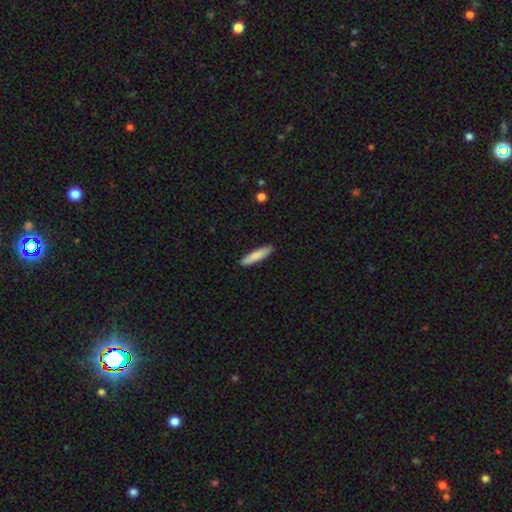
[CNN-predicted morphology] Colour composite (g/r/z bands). It shows a smooth galaxy with no disk features (84%) that is cigar-shaped (85%). Merging: none (90%).